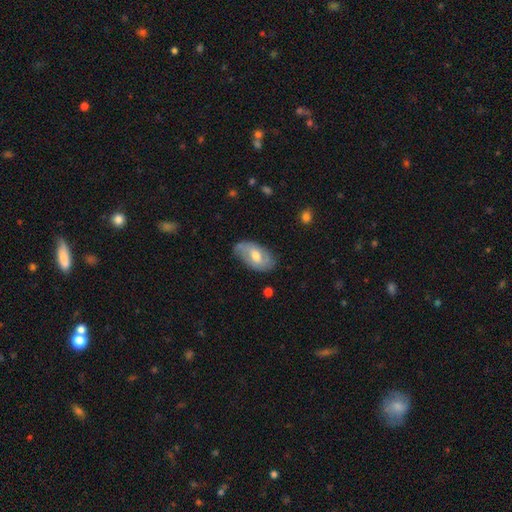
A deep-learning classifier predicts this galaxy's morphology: The model was most divided on "smooth or featured": featured or disk: 50%, smooth: 43%, star or artifact: 6%. More confident: edge-on disk — no (92%); merging — none (68%).